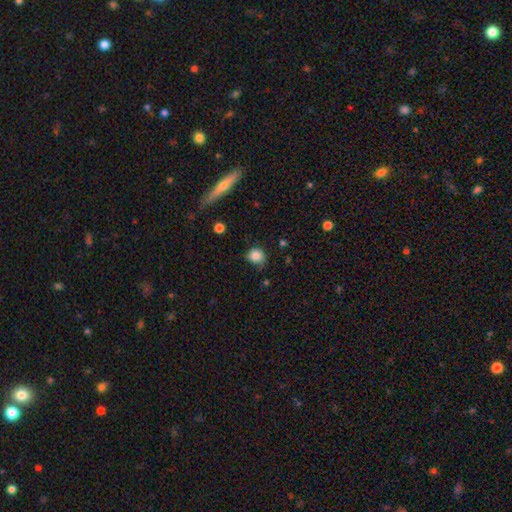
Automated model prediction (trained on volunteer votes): Smooth or featured?
  - smooth: 84% *
  - star or artifact: 9%
  - featured or disk: 7%
How rounded?
  - round: 77% *
  - in between: 22%
  - cigar-shaped: 1%
Merging?
  - none: 59% *
  - minor disturbance: 30%
  - major disturbance: 9%
  - merger: 3%